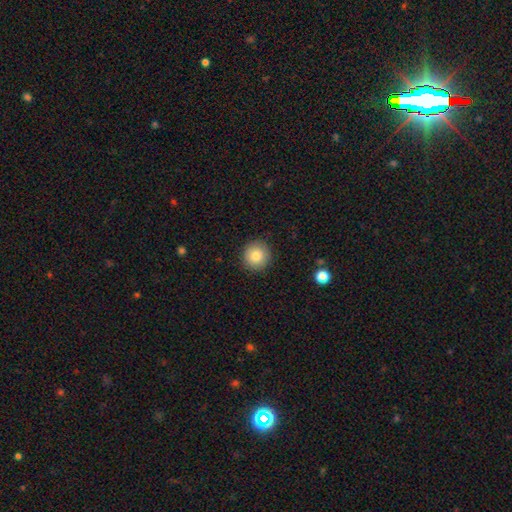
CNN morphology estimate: smooth 84%, star or artifact 9%, featured or disk 7%. Down the decision tree: how rounded — round (93%); merging — none (91%).